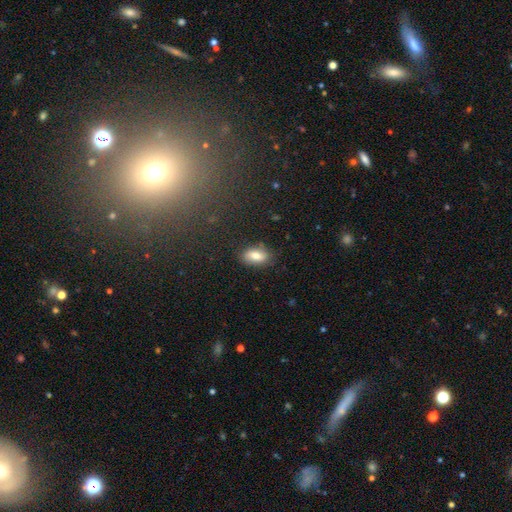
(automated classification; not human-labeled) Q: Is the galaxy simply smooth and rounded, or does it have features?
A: smooth — 80%.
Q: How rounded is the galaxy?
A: in between — 90%.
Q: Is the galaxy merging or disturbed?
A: none — 82%.